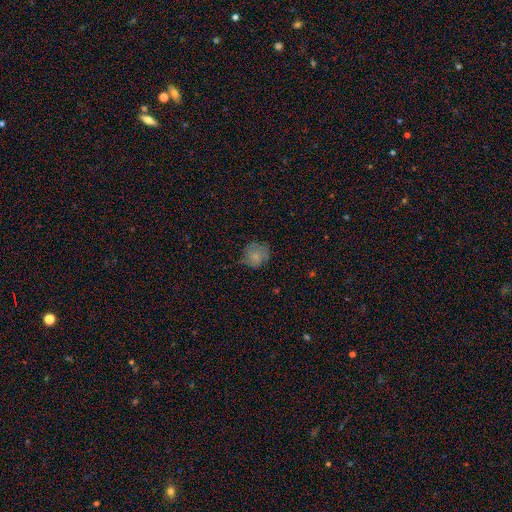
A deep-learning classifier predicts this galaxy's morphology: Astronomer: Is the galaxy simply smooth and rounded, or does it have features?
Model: smooth — 62%.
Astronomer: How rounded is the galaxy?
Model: round — 79%.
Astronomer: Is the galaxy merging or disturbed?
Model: none — 58%.